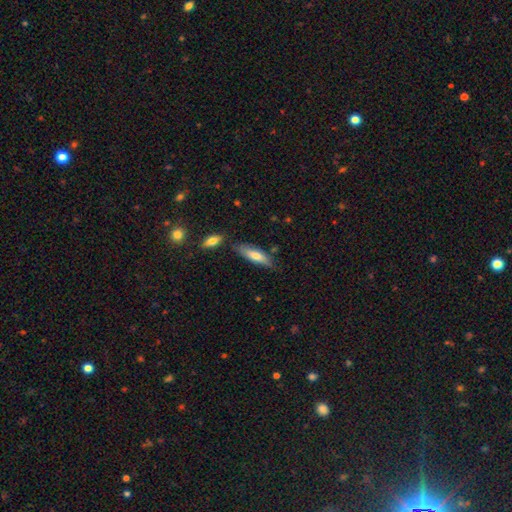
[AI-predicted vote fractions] A smooth galaxy with no disk features (71%) that is cigar-shaped (54%).

Vote fractions:
- Smooth or featured? smooth: 71% / featured or disk: 23% / star or artifact: 6%
- How rounded? cigar-shaped: 54% / in between: 44% / round: 2%
- Merging? none: 75% / minor disturbance: 16% / merger: 5% / major disturbance: 3%